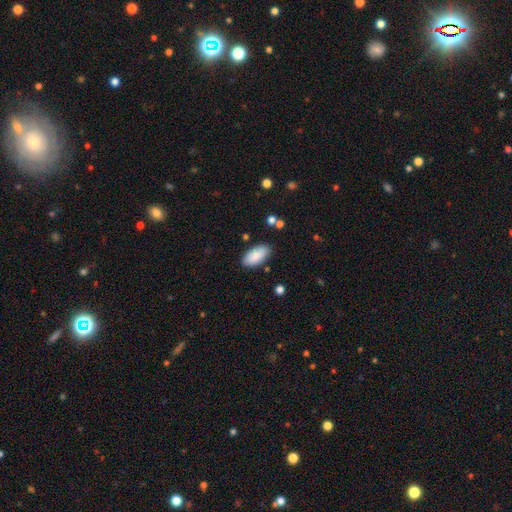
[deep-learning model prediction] smooth-or-featured: smooth: 87% | featured or disk: 7% | star or artifact: 6%
  how-rounded: in between: 93% | cigar-shaped: 5% | round: 2%
  merging: none: 85% | minor disturbance: 11% | major disturbance: 2% | merger: 2%